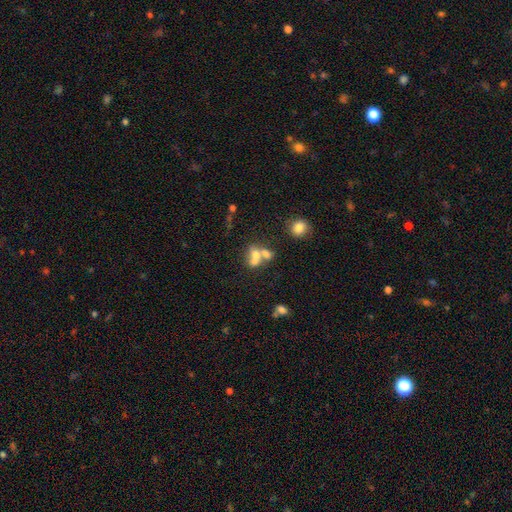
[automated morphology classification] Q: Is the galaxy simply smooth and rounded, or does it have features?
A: smooth — 59%.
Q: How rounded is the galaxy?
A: in between — 58%.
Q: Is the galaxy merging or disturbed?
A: merger — 63%.